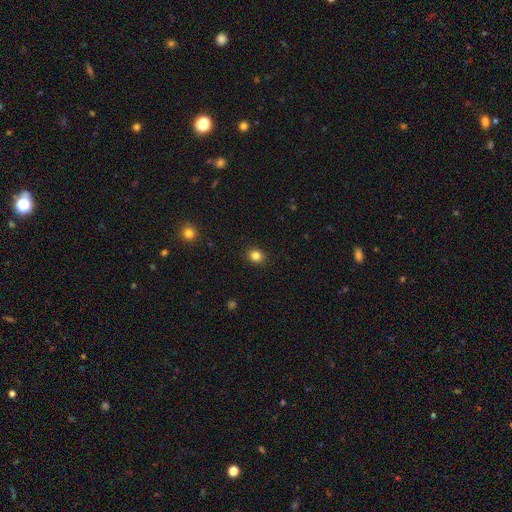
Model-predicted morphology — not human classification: Smooth or featured?
  - smooth: 83% *
  - star or artifact: 12%
  - featured or disk: 5%
How rounded?
  - round: 70% *
  - in between: 29%
  - cigar-shaped: 1%
Merging?
  - none: 91% *
  - minor disturbance: 6%
  - major disturbance: 2%
  - merger: 1%